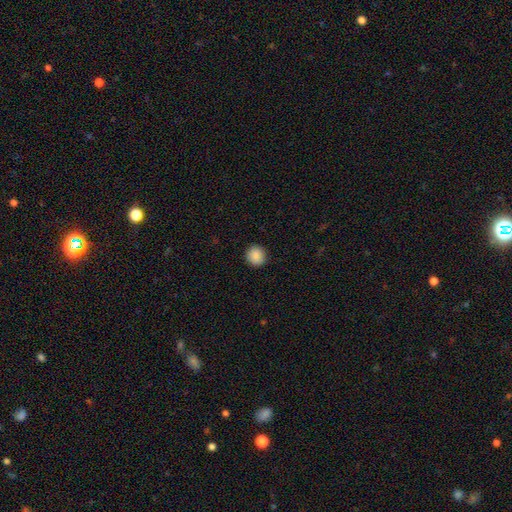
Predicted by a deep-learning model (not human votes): Smooth or featured?
  - smooth: 89% *
  - star or artifact: 8%
  - featured or disk: 3%
How rounded?
  - round: 89% *
  - in between: 10%
  - cigar-shaped: 1%
Merging?
  - none: 92% *
  - minor disturbance: 6%
  - major disturbance: 2%
  - merger: 1%